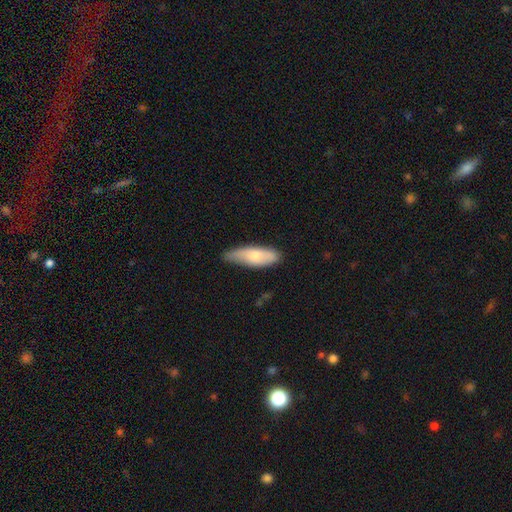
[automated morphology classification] Overall: smooth (74%). How rounded: in between (62%; cigar-shaped 36%). Merging: none (59%; minor disturbance 34%).